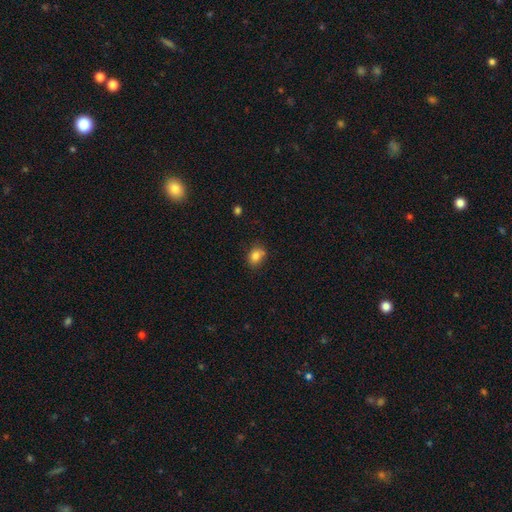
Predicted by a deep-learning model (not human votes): This is clearly a smooth galaxy (82%). How rounded: possibly in between (51%). Merging: likely none (64%).